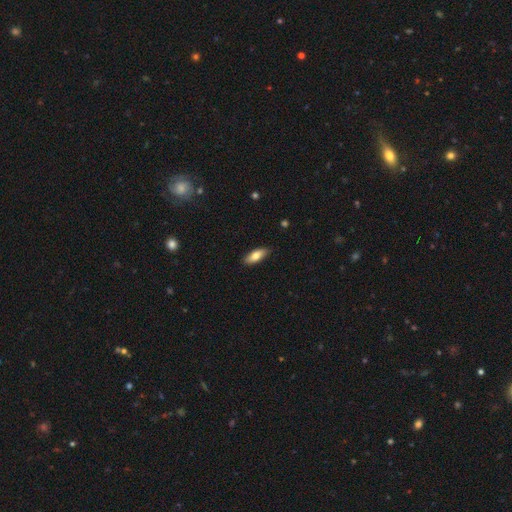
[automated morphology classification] A smooth galaxy with no disk features (77%) that is in between round and cigar-shaped (75%).

Vote fractions:
- Smooth or featured? smooth: 77% / featured or disk: 17% / star or artifact: 6%
- How rounded? in between: 75% / cigar-shaped: 23% / round: 2%
- Merging? none: 85% / minor disturbance: 12% / major disturbance: 2% / merger: 1%